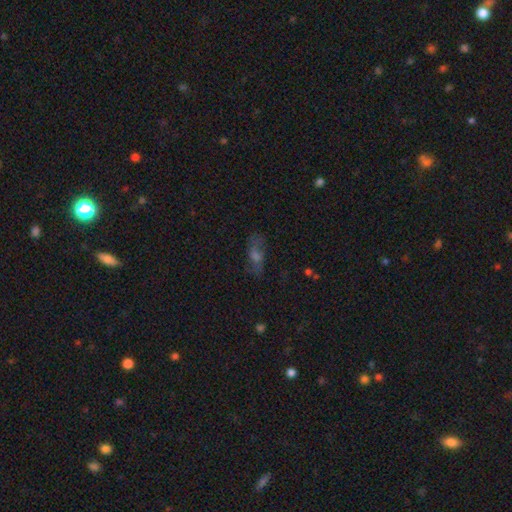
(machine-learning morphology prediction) Q: Smooth or featured?
A: featured or disk (39%); runner-up: smooth (37%)
Q: Merging?
A: none (68%); runner-up: minor disturbance (18%)